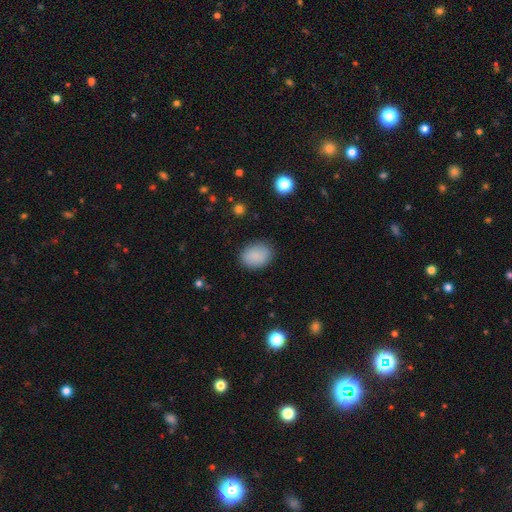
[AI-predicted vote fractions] A smooth galaxy with no disk features (87%) that is in between round and cigar-shaped (61%). Merging: none (85%).